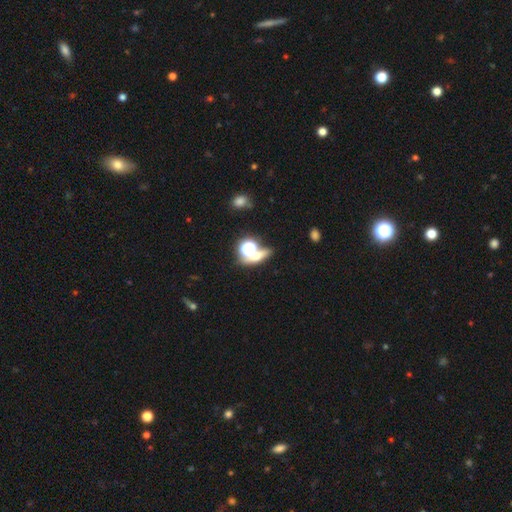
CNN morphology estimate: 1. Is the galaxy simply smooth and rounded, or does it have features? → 45% smooth, 37% star or artifact, 18% featured or disk.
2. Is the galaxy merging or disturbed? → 60% none, 24% merger, 10% minor disturbance, 6% major disturbance.